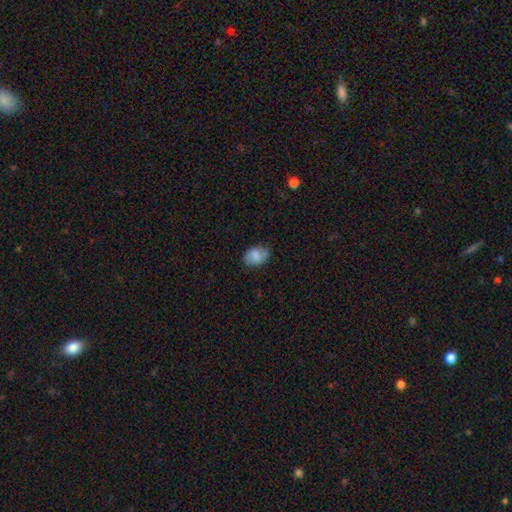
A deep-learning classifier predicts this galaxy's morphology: A smooth galaxy with no disk features (75%) that is in between round and cigar-shaped (79%). Merging: none (73%).